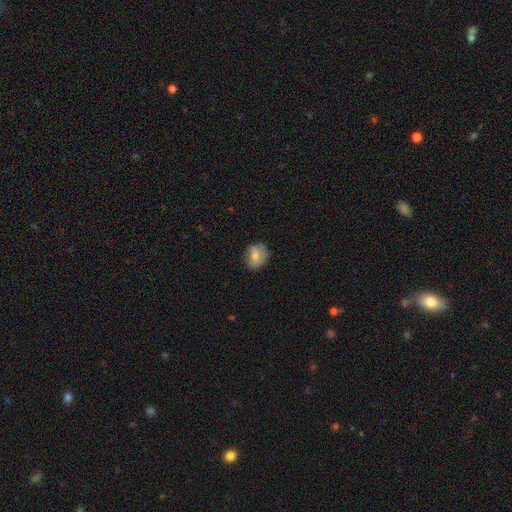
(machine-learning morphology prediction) Smooth or featured: smooth — 73% (featured or disk — 19%)
How rounded: in between — 50% (round — 49%)
Merging: none — 69% (minor disturbance — 23%)